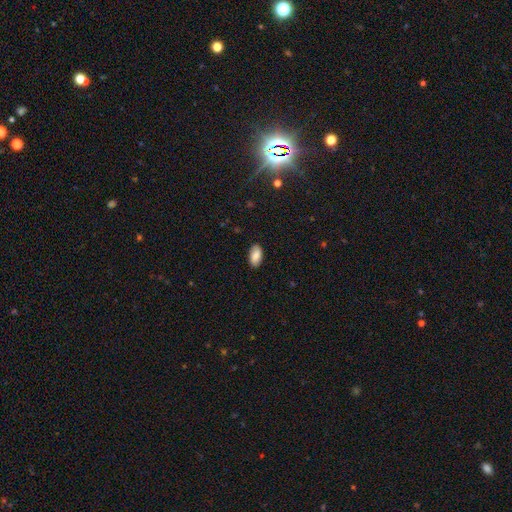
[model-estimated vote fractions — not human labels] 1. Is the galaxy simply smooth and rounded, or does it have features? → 86% smooth, 7% featured or disk, 7% star or artifact.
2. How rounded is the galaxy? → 94% in between, 3% cigar-shaped, 3% round.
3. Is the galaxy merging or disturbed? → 87% none, 10% minor disturbance, 2% major disturbance, 1% merger.